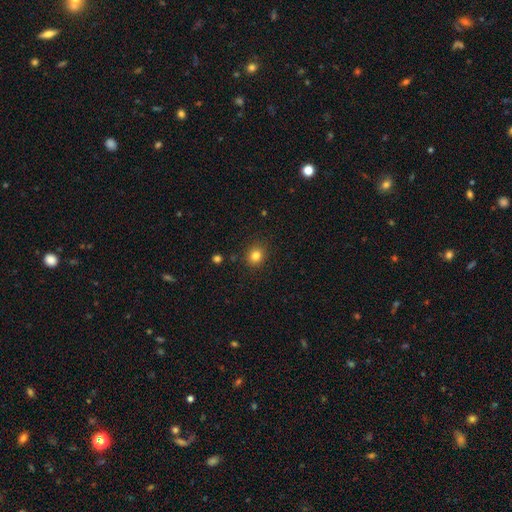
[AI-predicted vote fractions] Smooth or featured: smooth — 82% (star or artifact — 13%)
How rounded: round — 79% (in between — 20%)
Merging: none — 88% (minor disturbance — 8%)